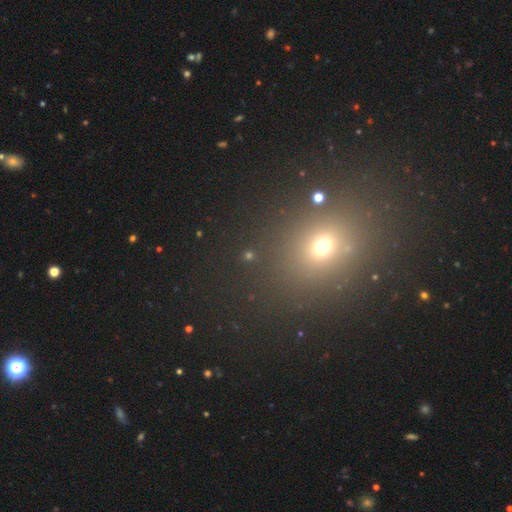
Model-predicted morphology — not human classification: A smooth galaxy with no disk features (51%) that is round (59%).

Vote fractions:
- Smooth or featured? smooth: 51% / star or artifact: 40% / featured or disk: 9%
- How rounded? round: 59% / in between: 39% / cigar-shaped: 2%
- Merging? none: 87% / minor disturbance: 7% / major disturbance: 4% / merger: 3%